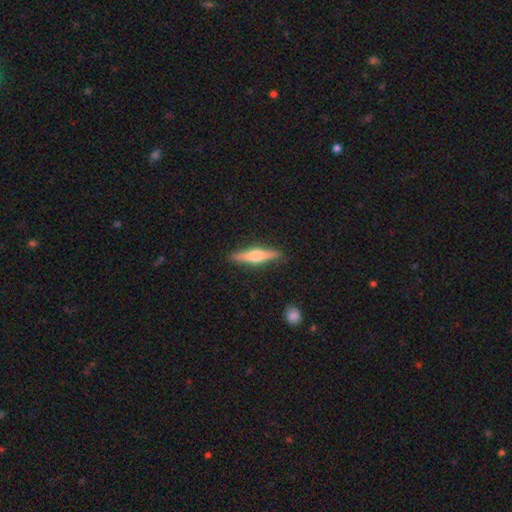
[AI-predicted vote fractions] The model was most divided on "smooth or featured": featured or disk: 59%, smooth: 36%, star or artifact: 5%. More confident: edge-on disk — yes (97%); merging — none (90%); edge-on bulge — rounded (89%).